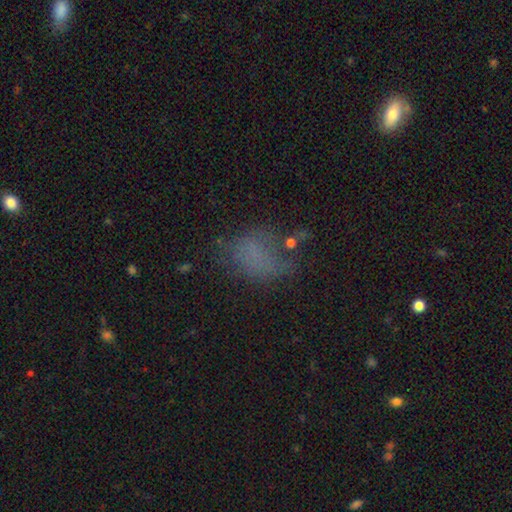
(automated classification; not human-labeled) This appears to be a smooth galaxy with no disk features (59%) that is in between round and cigar-shaped (71%). Merging: none (47%).